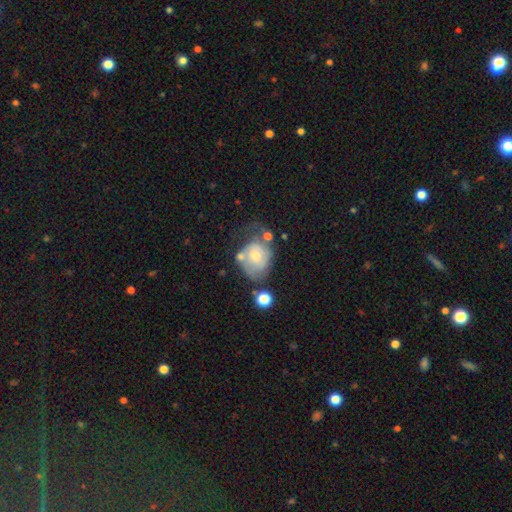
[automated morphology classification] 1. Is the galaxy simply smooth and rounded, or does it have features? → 49% featured or disk, 43% smooth, 8% star or artifact.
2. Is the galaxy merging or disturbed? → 33% major disturbance, 29% none, 26% minor disturbance, 12% merger.